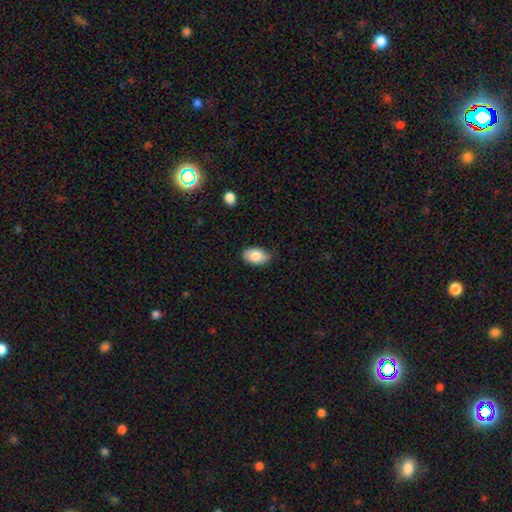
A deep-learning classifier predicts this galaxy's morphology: Smooth or featured: smooth — 84% (featured or disk — 9%)
How rounded: in between — 92% (round — 7%)
Merging: none — 78% (minor disturbance — 18%)